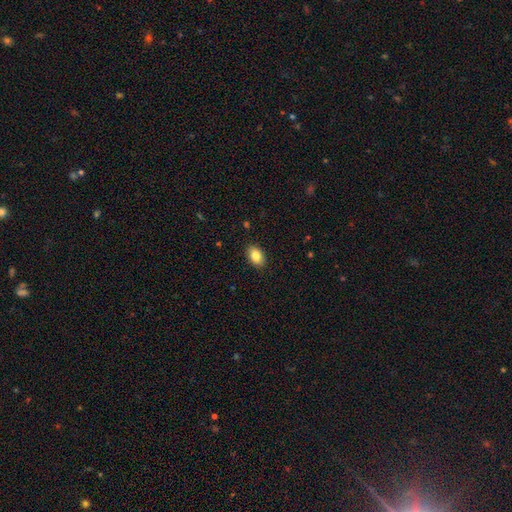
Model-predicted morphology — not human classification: type=smooth (86%); roundness=in between (88%); merging=none (89%).